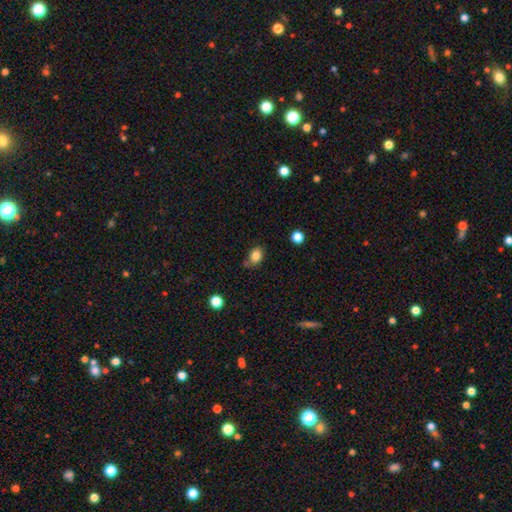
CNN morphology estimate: type=smooth (84%); roundness=in between (63%); merging=none (68%).